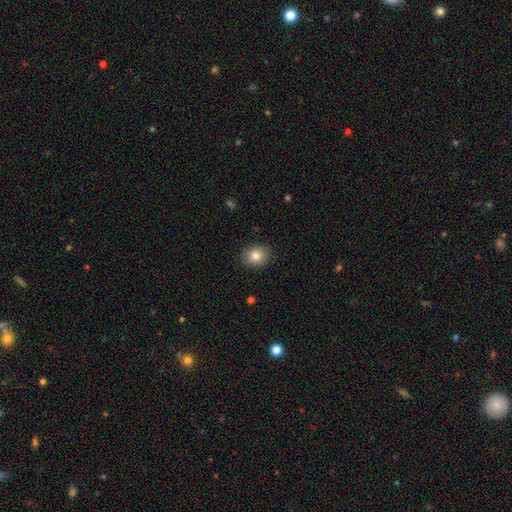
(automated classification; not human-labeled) Smooth or featured: smooth — 82% (star or artifact — 9%)
How rounded: round — 62% (in between — 37%)
Merging: none — 90% (minor disturbance — 7%)